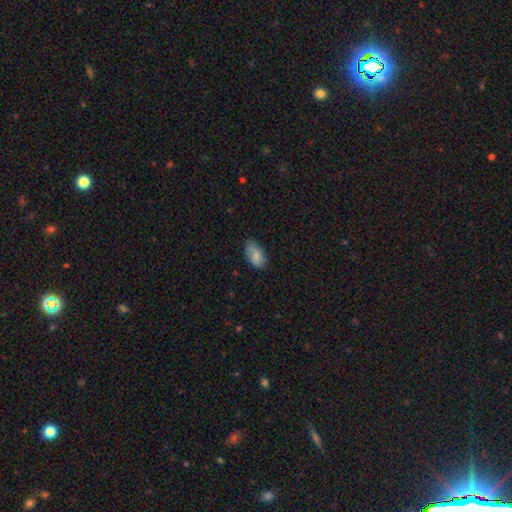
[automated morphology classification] This appears to be a smooth galaxy with no disk features (81%) that is in between round and cigar-shaped (93%). Merging: none (69%).